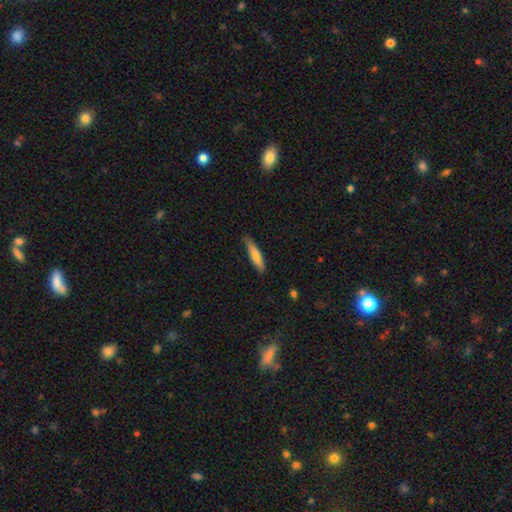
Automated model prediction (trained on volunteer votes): Smooth or featured? Predicted: smooth (p=0.69). How rounded? Predicted: cigar-shaped (p=0.83). Merging? Predicted: none (p=0.81).